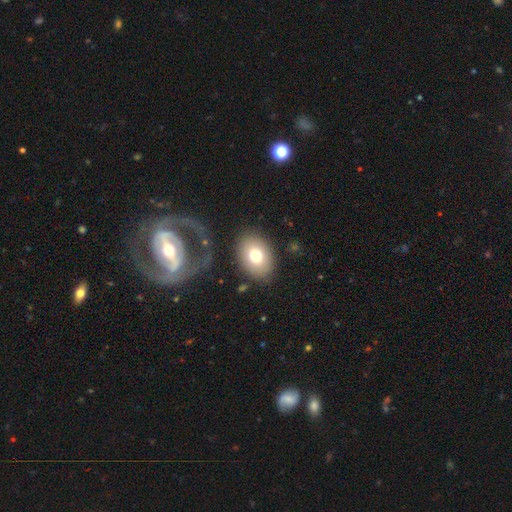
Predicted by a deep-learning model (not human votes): Q: Smooth or featured?
A: smooth (73%); runner-up: featured or disk (18%)
Q: How rounded?
A: in between (71%); runner-up: round (28%)
Q: Merging?
A: none (82%); runner-up: minor disturbance (10%)